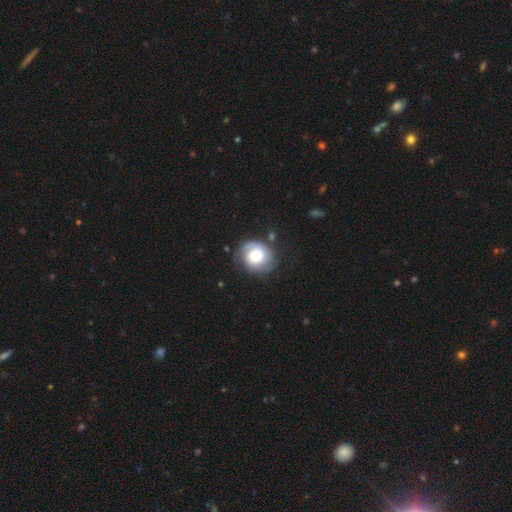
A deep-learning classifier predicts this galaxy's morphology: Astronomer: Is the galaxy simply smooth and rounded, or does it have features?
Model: featured or disk — 58% (runner-up: smooth, 35%).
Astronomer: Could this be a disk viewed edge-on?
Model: no — 97%.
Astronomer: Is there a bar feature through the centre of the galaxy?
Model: no — 74%.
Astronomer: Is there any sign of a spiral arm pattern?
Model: yes — 88%.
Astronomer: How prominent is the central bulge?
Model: moderate — 50% (runner-up: large, 30%).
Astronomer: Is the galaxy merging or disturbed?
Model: none — 66%.